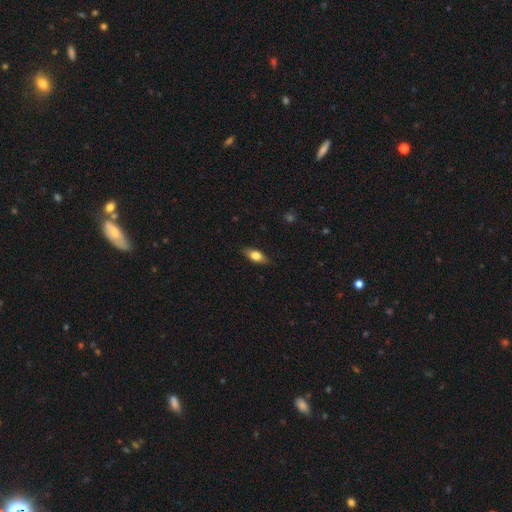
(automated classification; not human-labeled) Smooth or featured?
  - smooth: 72% *
  - featured or disk: 21%
  - star or artifact: 7%
How rounded?
  - in between: 81% *
  - cigar-shaped: 15%
  - round: 4%
Merging?
  - none: 86% *
  - minor disturbance: 11%
  - major disturbance: 2%
  - merger: 1%